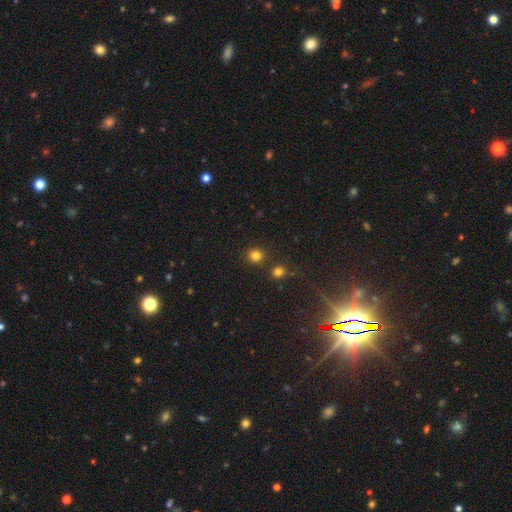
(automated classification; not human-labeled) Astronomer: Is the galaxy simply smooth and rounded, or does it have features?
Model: smooth — 80%.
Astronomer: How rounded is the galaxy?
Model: round — 91%.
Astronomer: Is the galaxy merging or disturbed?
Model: none — 83%.